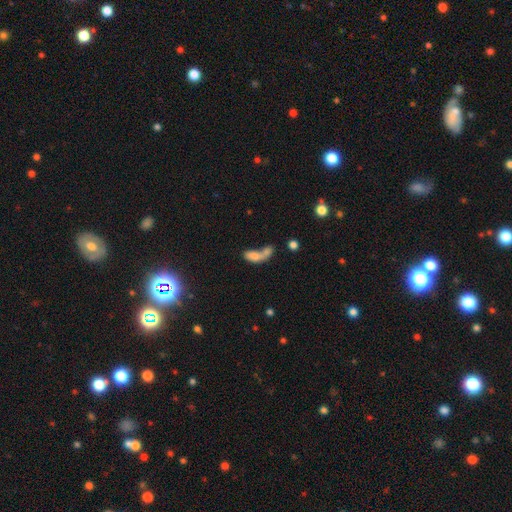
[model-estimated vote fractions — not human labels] Smooth or featured?
  - smooth: 70% *
  - featured or disk: 19%
  - star or artifact: 11%
How rounded?
  - in between: 76% *
  - cigar-shaped: 16%
  - round: 9%
Merging?
  - merger: 62% *
  - none: 18%
  - major disturbance: 12%
  - minor disturbance: 8%